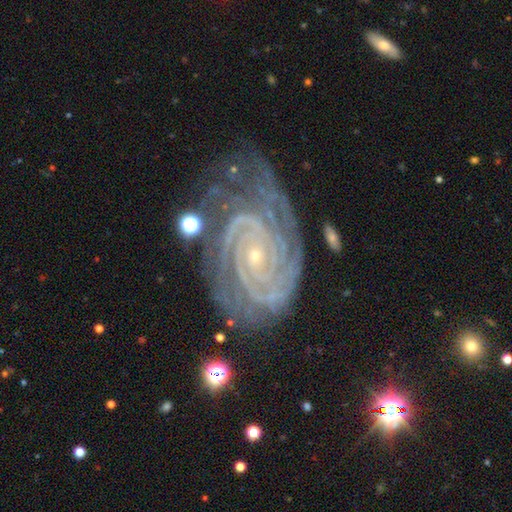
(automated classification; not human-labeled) Q: Smooth or featured?
A: featured or disk (92%); runner-up: star or artifact (5%)
Q: Edge-on disk?
A: no (98%); runner-up: yes (2%)
Q: Bar?
A: no (67%); runner-up: weak (21%)
Q: Spiral arms?
A: yes (99%); runner-up: no (1%)
Q: Spiral winding?
A: tight (82%); runner-up: medium (16%)
Q: Spiral arm count?
A: 2 (34%); runner-up: 3 (23%)
Q: Bulge size?
A: small (86%); runner-up: moderate (11%)
Q: Merging?
A: none (64%); runner-up: minor disturbance (24%)